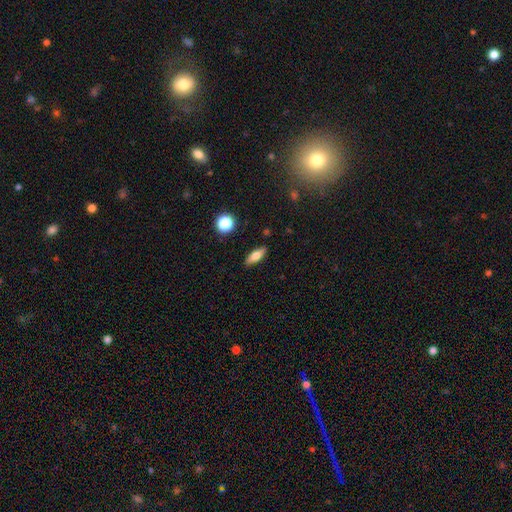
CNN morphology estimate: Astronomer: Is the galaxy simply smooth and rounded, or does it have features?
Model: smooth — 72%.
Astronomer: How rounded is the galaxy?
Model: in between — 66%.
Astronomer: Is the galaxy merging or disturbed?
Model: none — 88%.